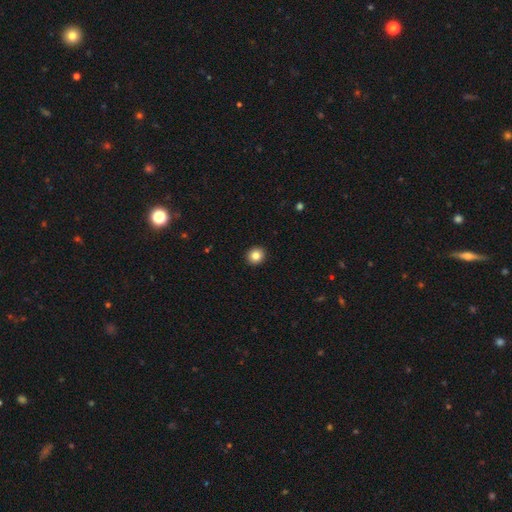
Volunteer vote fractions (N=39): This appears to be a smooth galaxy with no disk features (90%) that is round (83%). Merging: none (92%).